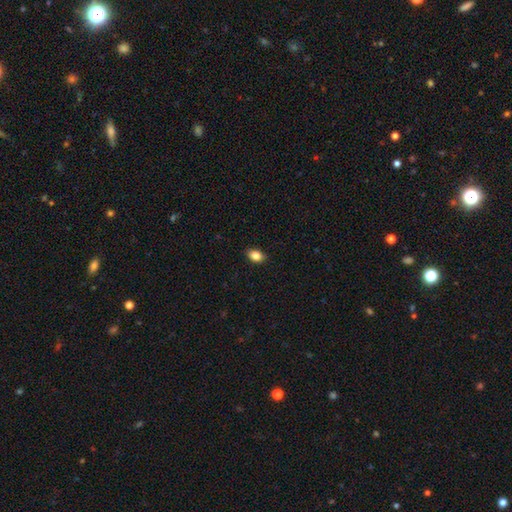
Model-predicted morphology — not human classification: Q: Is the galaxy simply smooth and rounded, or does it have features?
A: smooth — 85%.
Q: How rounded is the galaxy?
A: in between — 78%.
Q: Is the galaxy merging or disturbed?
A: none — 89%.